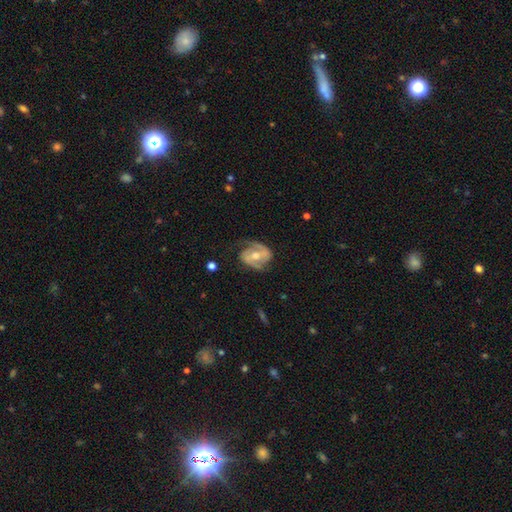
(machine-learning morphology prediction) smooth_or_featured: featured or disk (p=0.81) [alt: smooth p=0.14]
disk_edge_on: no (p=0.97) [alt: yes p=0.03]
bar: weak (p=0.42) [alt: no p=0.31]
has_spiral_arms: yes (p=0.91) [alt: no p=0.09]
spiral_winding: medium (p=0.46) [alt: tight p=0.34]
spiral_arm_count: 2 (p=0.83) [alt: can't tell p=0.07]
bulge_size: moderate (p=0.69) [alt: small p=0.23]
merging: none (p=0.64) [alt: minor disturbance p=0.22]